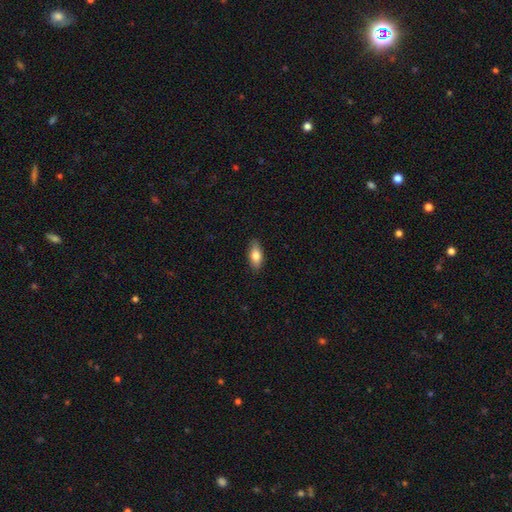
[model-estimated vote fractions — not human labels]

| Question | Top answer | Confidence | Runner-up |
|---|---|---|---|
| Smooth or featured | smooth | 79% | featured or disk (15%) |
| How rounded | in between | 82% | cigar-shaped (15%) |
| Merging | none | 88% | minor disturbance (9%) |